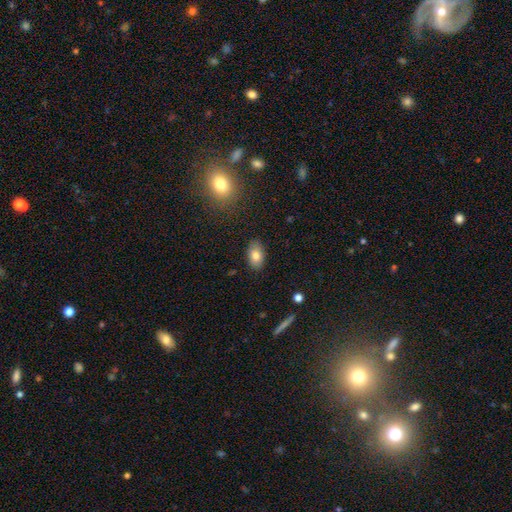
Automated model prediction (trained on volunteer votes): Smooth or featured?
  - smooth: 80% *
  - featured or disk: 12%
  - star or artifact: 8%
How rounded?
  - in between: 91% *
  - round: 7%
  - cigar-shaped: 2%
Merging?
  - none: 86% *
  - minor disturbance: 11%
  - major disturbance: 2%
  - merger: 1%